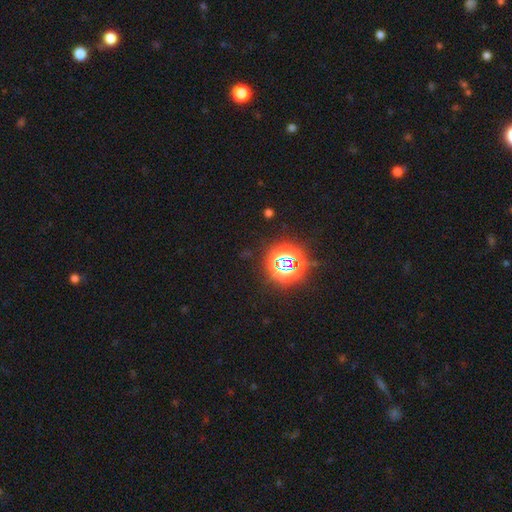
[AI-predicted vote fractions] Q: Smooth or featured?
A: star or artifact (81%); runner-up: smooth (12%)